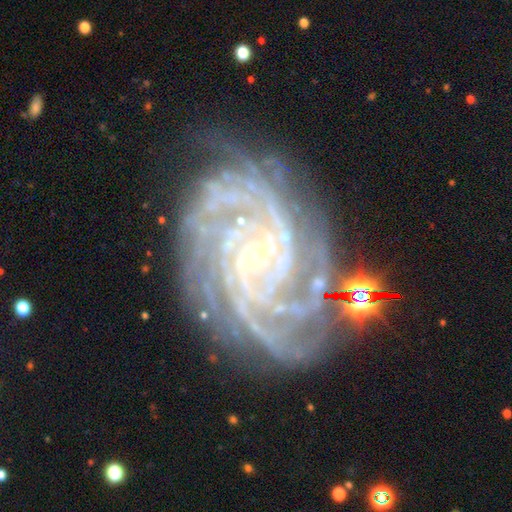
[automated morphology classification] This is clearly a featured or disk galaxy (92%). It is clearly not viewed edge-on (98%). Bar: likely no (65%). Spiral arm pattern: clearly yes (99%). Spiral arm count: marginally more than 4 (30%). Spiral winding: likely tight (78%). Central bulge: clearly small (86%). Merging: likely none (73%).